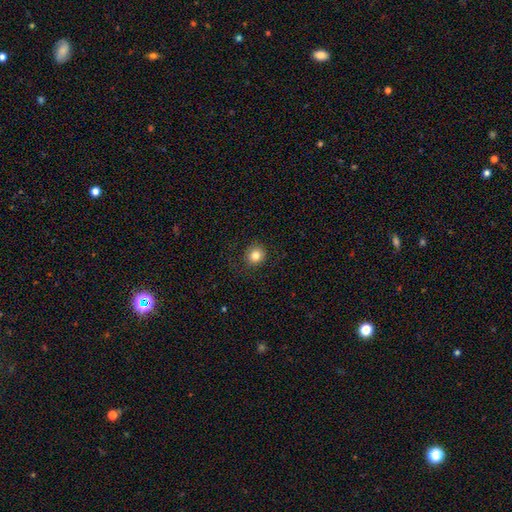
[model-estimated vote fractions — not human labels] smooth 82%, star or artifact 11%, featured or disk 6%. Down the decision tree: how rounded — round (90%); merging — none (88%).